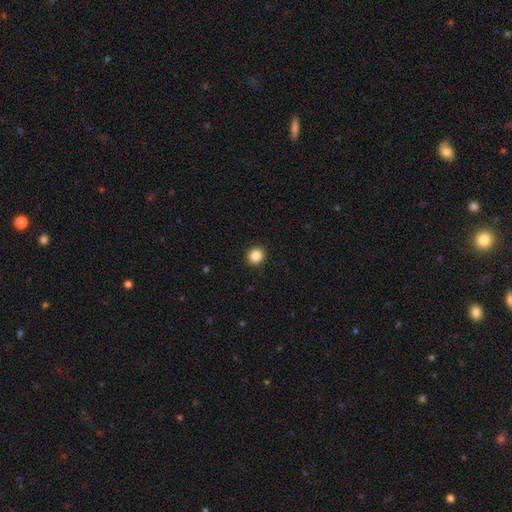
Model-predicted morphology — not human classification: type=smooth (86%); roundness=round (91%); merging=none (93%).